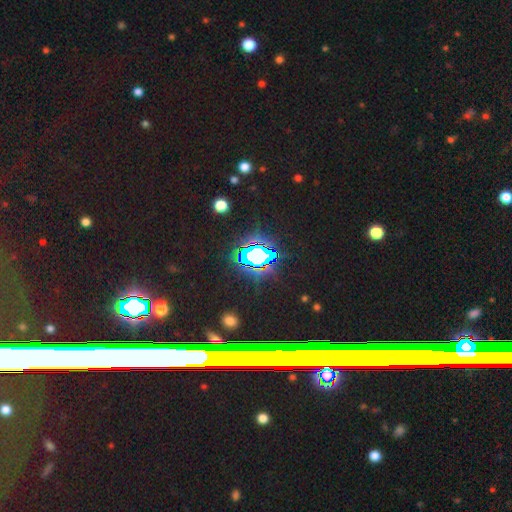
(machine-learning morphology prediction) smooth_or_featured: star or artifact (p=0.77) [alt: smooth p=0.13]